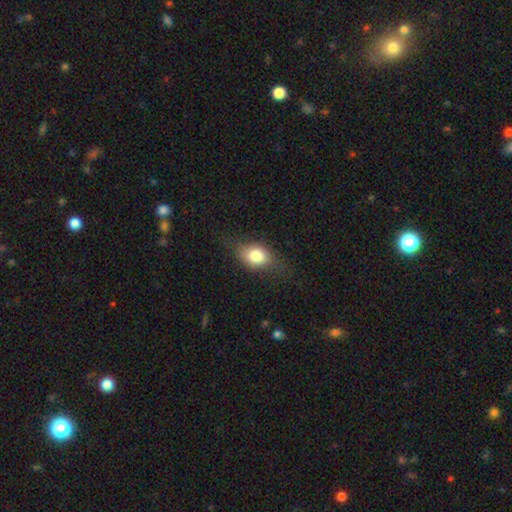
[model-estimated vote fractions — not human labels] A smooth galaxy with no disk features (75%) that is in between round and cigar-shaped (71%).

Vote fractions:
- Smooth or featured? smooth: 75% / featured or disk: 16% / star or artifact: 9%
- How rounded? in between: 71% / round: 25% / cigar-shaped: 3%
- Merging? none: 62% / minor disturbance: 26% / major disturbance: 11% / merger: 1%